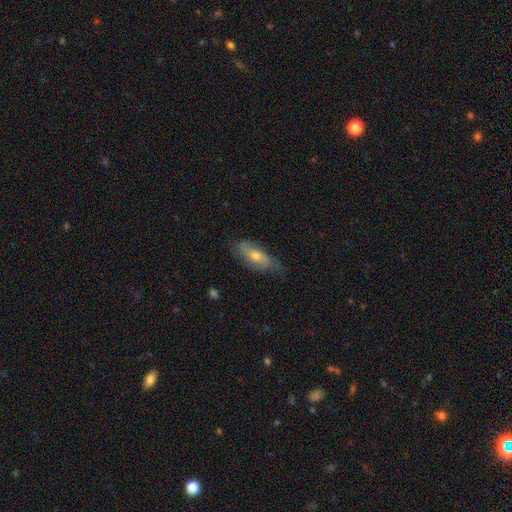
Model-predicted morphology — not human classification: The model was most divided on "smooth or featured": featured or disk: 59%, smooth: 34%, star or artifact: 7%. More confident: edge-on disk — no (81%); merging — none (66%).